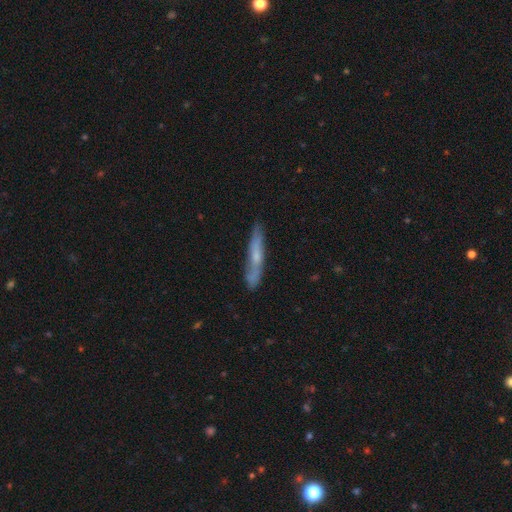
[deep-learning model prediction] Overall: featured or disk (51%; smooth 42%). Edge-on disk: yes (80%). Merging: none (77%).